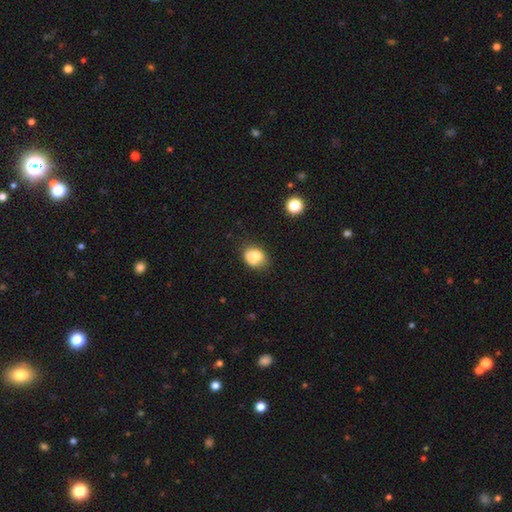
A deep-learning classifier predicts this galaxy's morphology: Smooth or featured: smooth — 70% (featured or disk — 19%)
How rounded: in between — 56% (round — 43%)
Merging: none — 50% (minor disturbance — 26%)